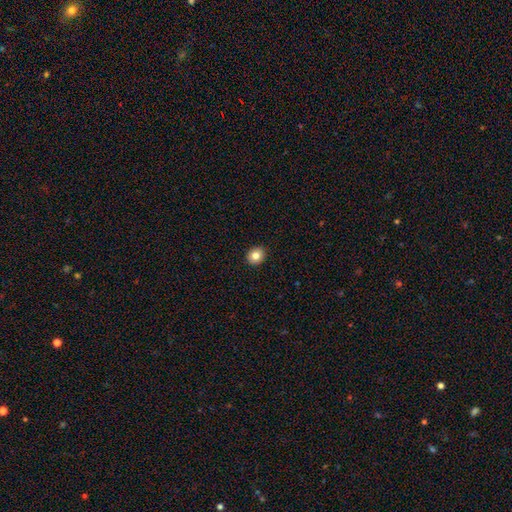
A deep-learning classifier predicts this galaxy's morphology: A smooth galaxy with no disk features (83%) that is round (76%). Merging: none (92%).